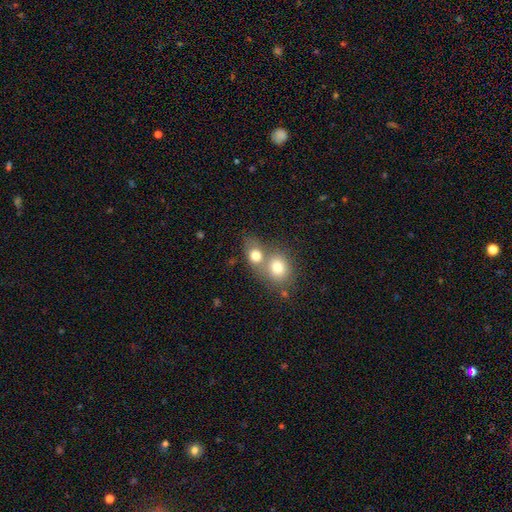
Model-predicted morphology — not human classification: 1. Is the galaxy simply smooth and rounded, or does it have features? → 76% smooth, 14% featured or disk, 10% star or artifact.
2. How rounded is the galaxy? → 57% round, 41% in between, 2% cigar-shaped.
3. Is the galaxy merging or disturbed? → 59% merger, 30% none, 7% minor disturbance, 4% major disturbance.